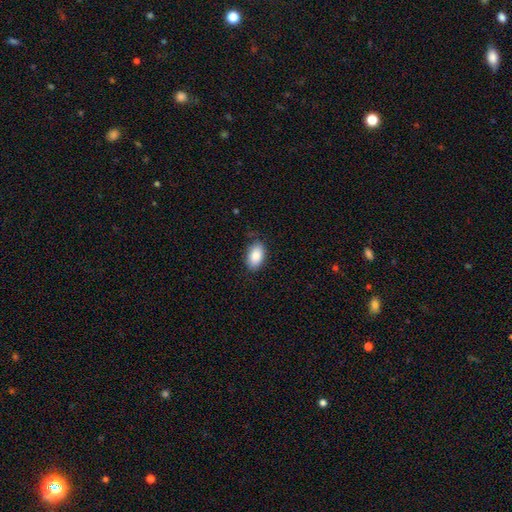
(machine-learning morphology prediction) The model was most divided on "merging": none: 82%, minor disturbance: 14%, major disturbance: 3%, merger: 1%. More confident: how rounded — in between (92%); smooth or featured — smooth (87%).